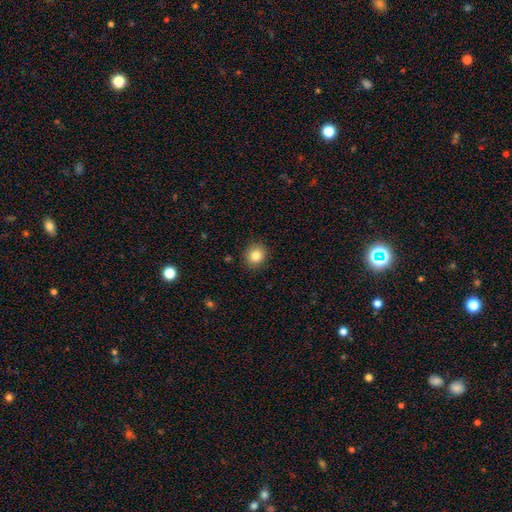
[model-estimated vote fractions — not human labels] The model was most divided on "how rounded": round: 84%, in between: 15%, cigar-shaped: 1%. More confident: merging — none (90%); smooth or featured — smooth (83%).